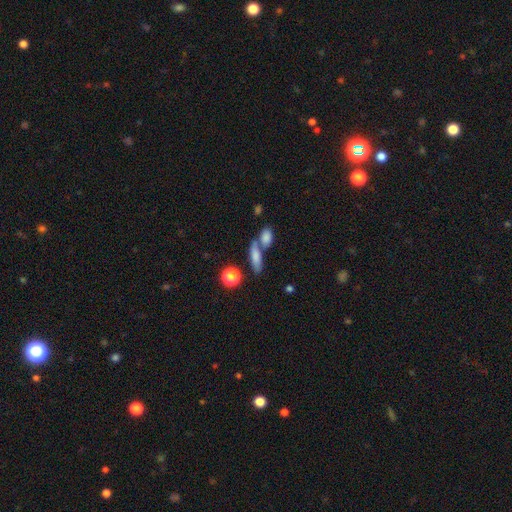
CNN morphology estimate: type=smooth (74%); roundness=in between (49%); merging=none (50%).